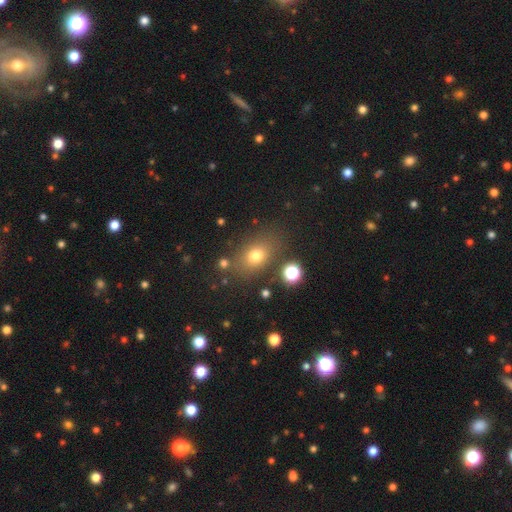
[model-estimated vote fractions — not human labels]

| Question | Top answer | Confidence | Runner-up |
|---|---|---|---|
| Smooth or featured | smooth | 72% | star or artifact (16%) |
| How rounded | in between | 65% | round (34%) |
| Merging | none | 75% | minor disturbance (13%) |